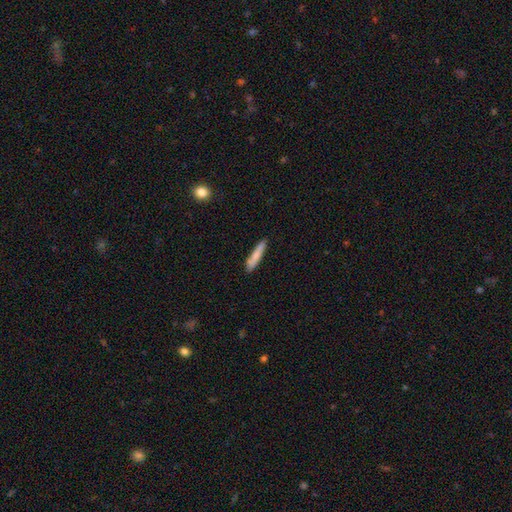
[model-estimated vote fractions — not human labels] This is likely a smooth galaxy (76%). How rounded: clearly cigar-shaped (90%). Merging: clearly none (84%).